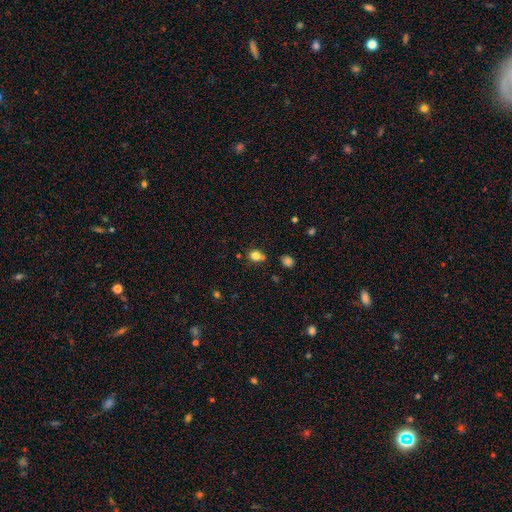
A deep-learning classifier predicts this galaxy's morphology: A smooth galaxy with no disk features (78%) that is round (75%).

Vote fractions:
- Smooth or featured? smooth: 78% / star or artifact: 14% / featured or disk: 8%
- How rounded? round: 75% / in between: 24% / cigar-shaped: 1%
- Merging? none: 64% / merger: 18% / minor disturbance: 14% / major disturbance: 4%